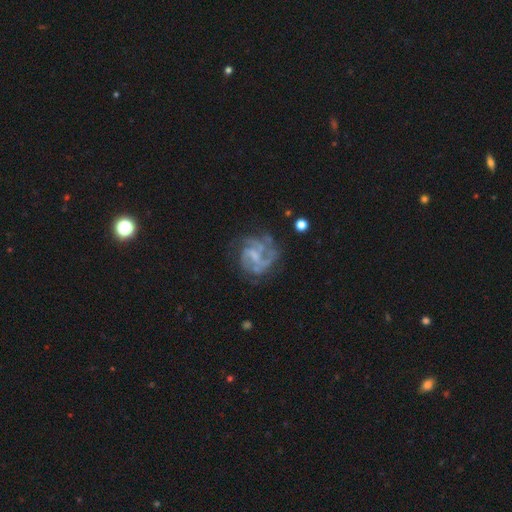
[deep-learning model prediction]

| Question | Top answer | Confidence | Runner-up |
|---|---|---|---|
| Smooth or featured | featured or disk | 82% | smooth (10%) |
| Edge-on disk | no | 98% | yes (2%) |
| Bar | weak | 50% | no (34%) |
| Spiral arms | yes | 88% | no (12%) |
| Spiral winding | medium | 46% | tight (37%) |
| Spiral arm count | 2 | 29% | tied: 3 (29%) |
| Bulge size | none | 42% | small (35%) |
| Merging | none | 56% | major disturbance (20%) |